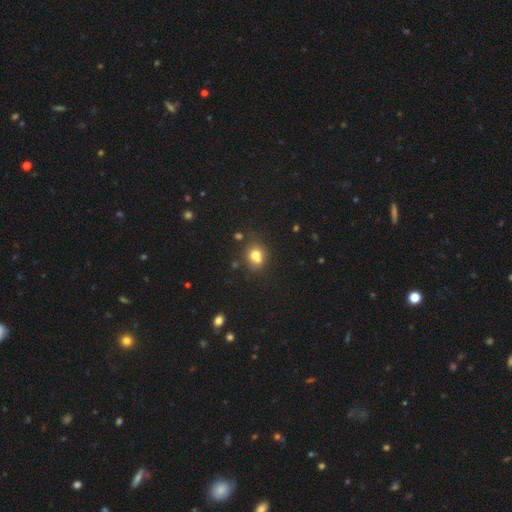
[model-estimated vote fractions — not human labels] The model was most divided on "merging": none: 48%, merger: 32%, minor disturbance: 14%, major disturbance: 5%. More confident: smooth or featured — smooth (73%); how rounded — round (68%).